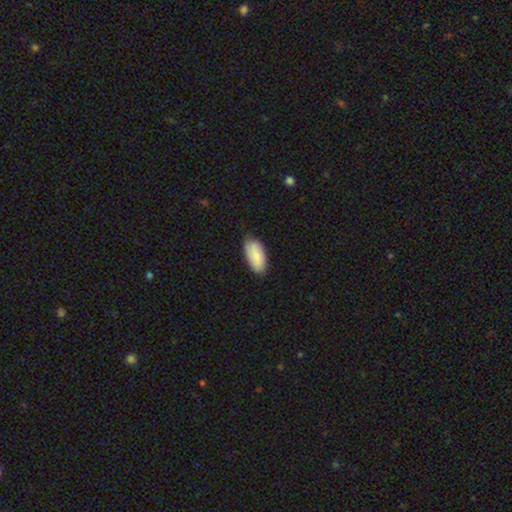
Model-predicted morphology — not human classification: Overall: smooth (81%). How rounded: in between (93%). Merging: none (75%).